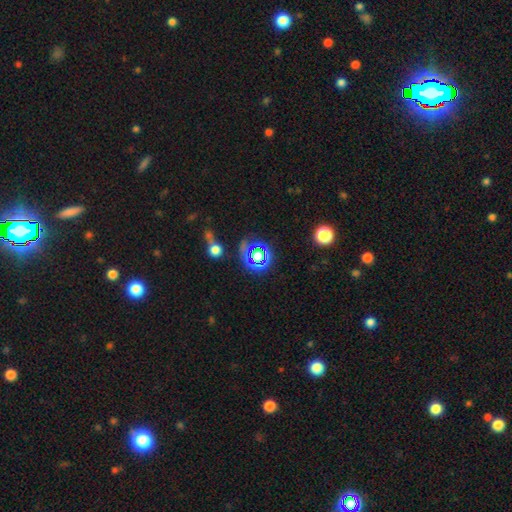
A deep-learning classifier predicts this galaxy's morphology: smooth_or_featured: star or artifact (p=0.57) [alt: smooth p=0.30]